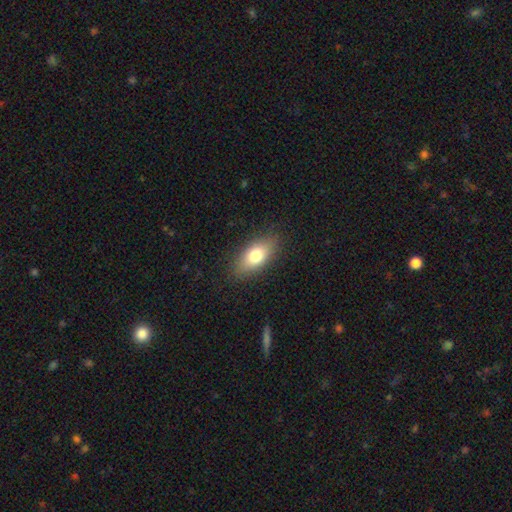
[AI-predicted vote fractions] smooth-or-featured: smooth: 75% | featured or disk: 17% | star or artifact: 8%
  how-rounded: in between: 85% | cigar-shaped: 10% | round: 6%
  merging: none: 85% | minor disturbance: 11% | major disturbance: 3% | merger: 1%